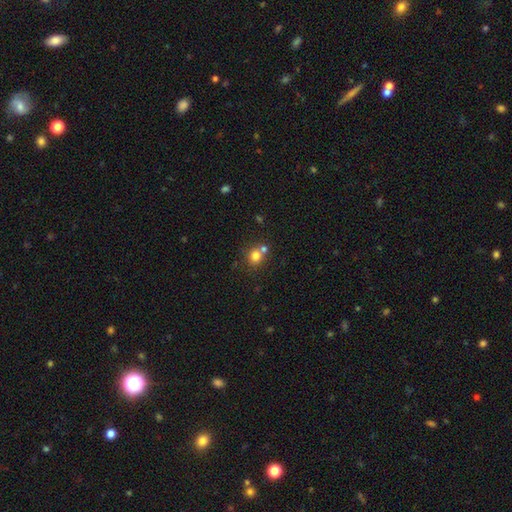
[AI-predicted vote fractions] This appears to be a smooth galaxy with no disk features (78%) that is round (80%). Merging: none (53%).